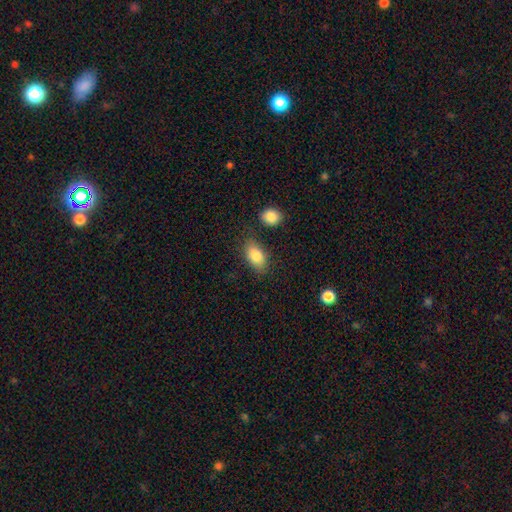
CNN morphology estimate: Q: Smooth or featured?
A: smooth (83%); runner-up: featured or disk (9%)
Q: How rounded?
A: in between (90%); runner-up: round (7%)
Q: Merging?
A: none (77%); runner-up: minor disturbance (14%)